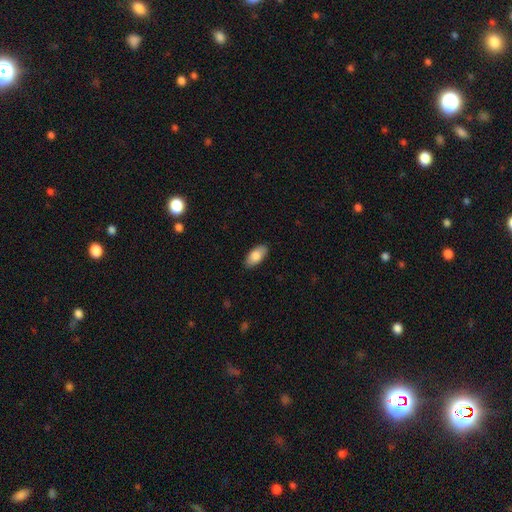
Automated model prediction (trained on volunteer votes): smooth-or-featured: smooth: 84% | featured or disk: 10% | star or artifact: 6%
  how-rounded: in between: 93% | cigar-shaped: 5% | round: 2%
  merging: none: 88% | minor disturbance: 9% | major disturbance: 2% | merger: 1%